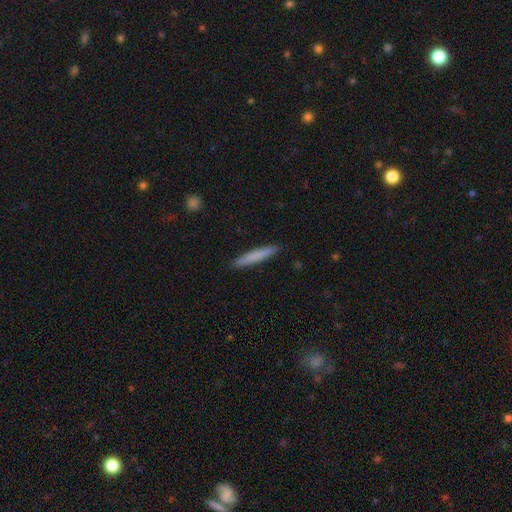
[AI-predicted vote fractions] Overall: smooth (76%). How rounded: cigar-shaped (95%). Merging: none (91%).